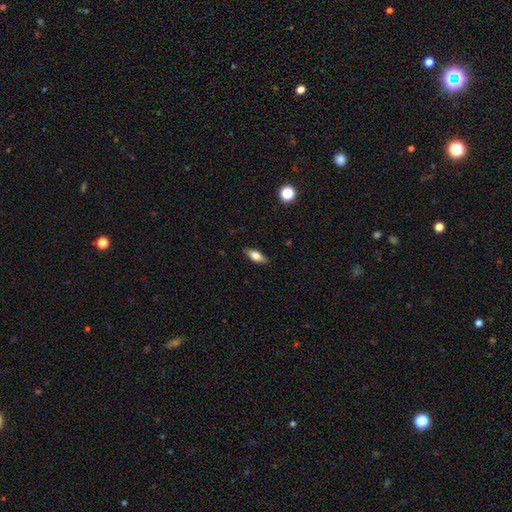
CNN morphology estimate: Smooth or featured: smooth — 73% (featured or disk — 20%)
How rounded: in between — 77% (cigar-shaped — 20%)
Merging: none — 86% (minor disturbance — 10%)